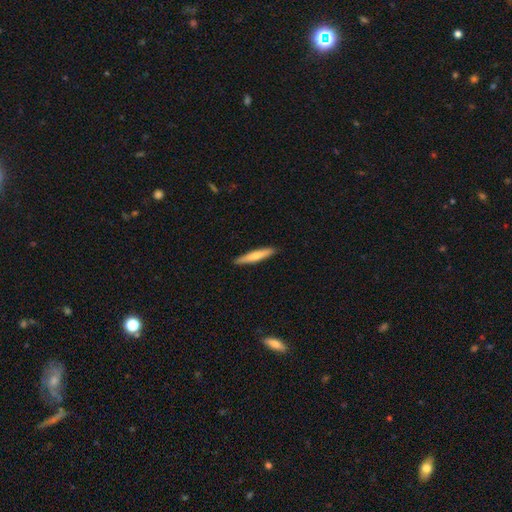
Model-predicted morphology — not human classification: Q: Smooth or featured?
A: smooth (64%); runner-up: featured or disk (31%)
Q: How rounded?
A: cigar-shaped (92%); runner-up: in between (7%)
Q: Merging?
A: none (91%); runner-up: minor disturbance (6%)